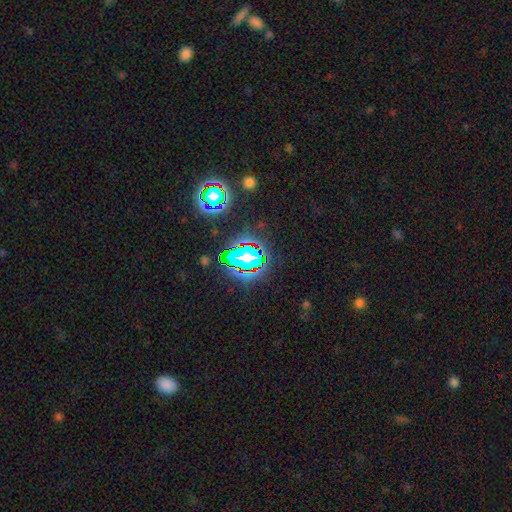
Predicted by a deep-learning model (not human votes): This is likely a star or artifact rather than a galaxy (80%).